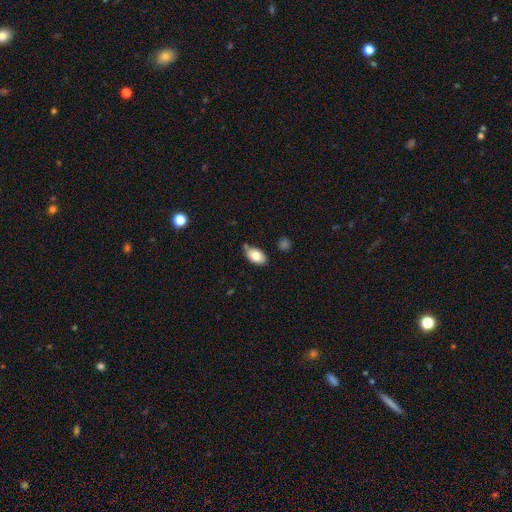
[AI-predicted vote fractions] Morphology: type=smooth (79%); roundness=in between (91%); merging=none (69%).